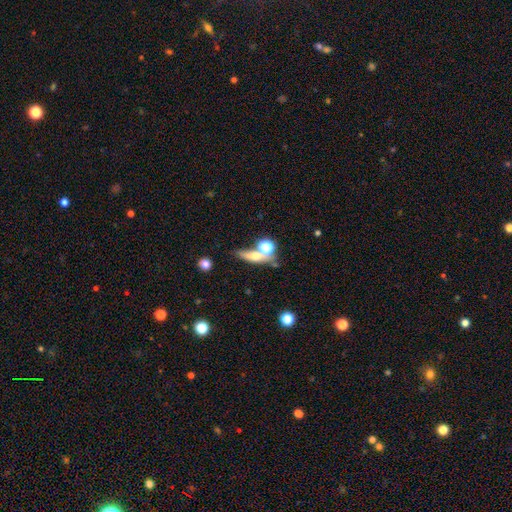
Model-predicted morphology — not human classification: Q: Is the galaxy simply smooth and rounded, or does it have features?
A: smooth — 53%.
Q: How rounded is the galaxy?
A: cigar-shaped — 45%.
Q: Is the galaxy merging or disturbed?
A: none — 50%.